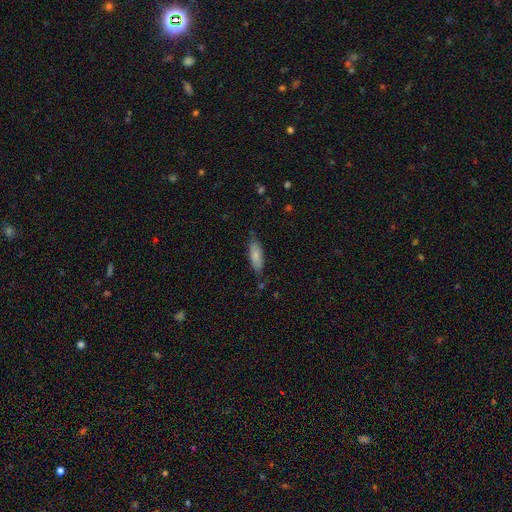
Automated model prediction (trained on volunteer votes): Smooth or featured? smooth (79%)
How rounded? in between (58%)
Merging? none (69%)